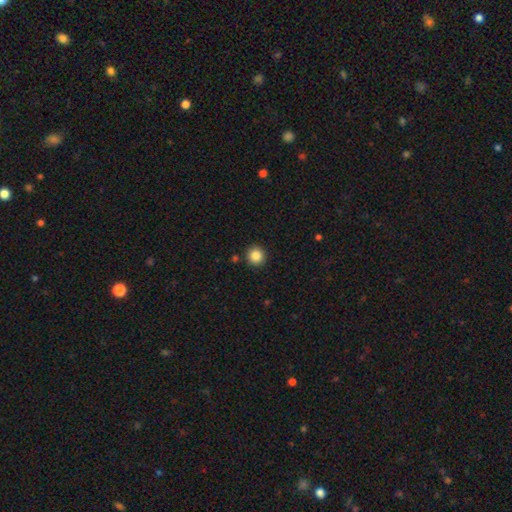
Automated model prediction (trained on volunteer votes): Q: Smooth or featured?
A: smooth (86%); runner-up: star or artifact (10%)
Q: How rounded?
A: round (94%); runner-up: in between (5%)
Q: Merging?
A: none (91%); runner-up: minor disturbance (6%)